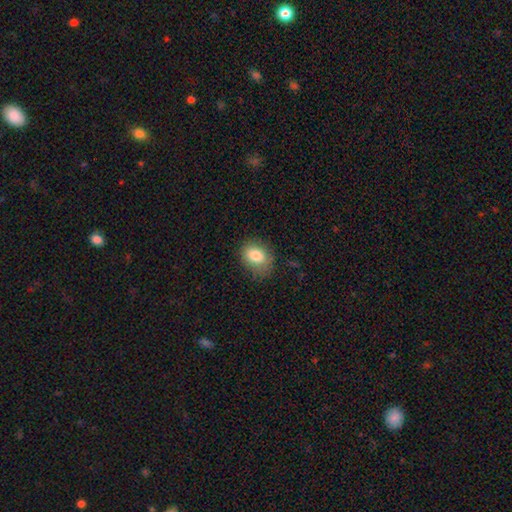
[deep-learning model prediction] smooth_or_featured: smooth (p=0.82) [alt: star or artifact p=0.09]
how_rounded: in between (p=0.64) [alt: round p=0.35]
merging: none (p=0.75) [alt: minor disturbance p=0.19]